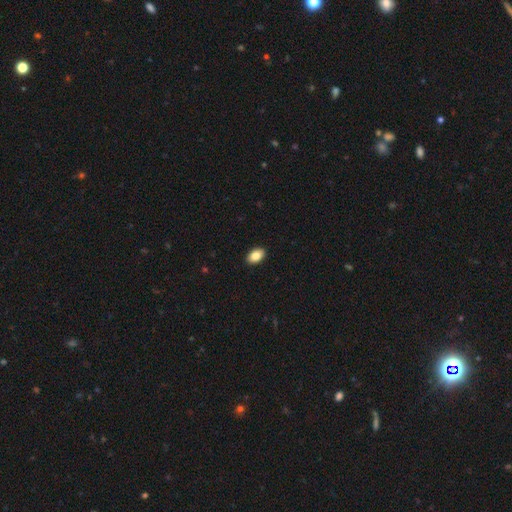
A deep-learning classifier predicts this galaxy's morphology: This appears to be a smooth galaxy with no disk features (85%) that is in between round and cigar-shaped (90%). Merging: none (91%).